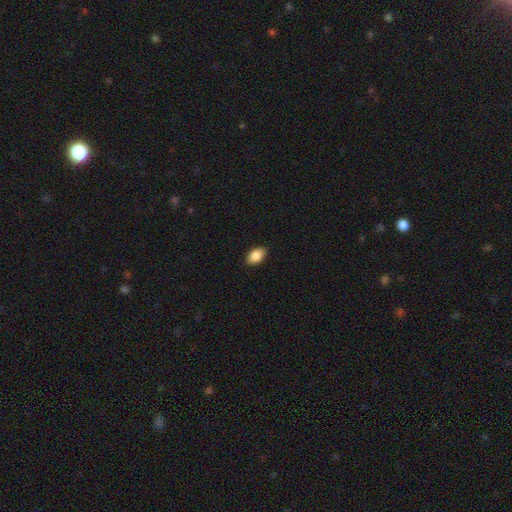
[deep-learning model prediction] Q: Smooth or featured?
A: smooth (86%); runner-up: star or artifact (7%)
Q: How rounded?
A: in between (91%); runner-up: round (7%)
Q: Merging?
A: none (88%); runner-up: minor disturbance (9%)